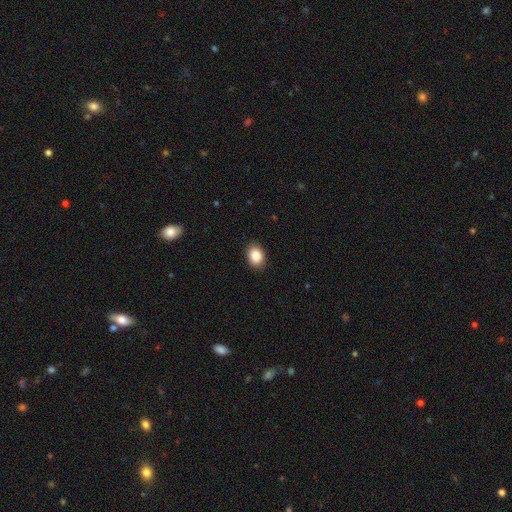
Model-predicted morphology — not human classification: This appears to be a smooth galaxy with no disk features (89%) that is in between round and cigar-shaped (65%). Merging: none (86%).